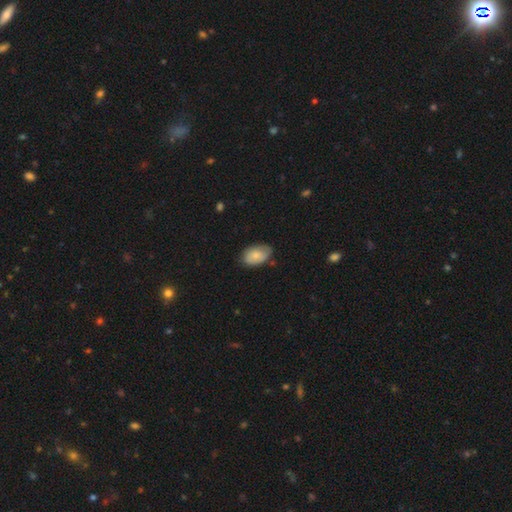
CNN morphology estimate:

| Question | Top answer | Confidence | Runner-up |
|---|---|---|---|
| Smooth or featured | smooth | 78% | featured or disk (15%) |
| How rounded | in between | 92% | round (7%) |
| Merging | none | 69% | minor disturbance (25%) |